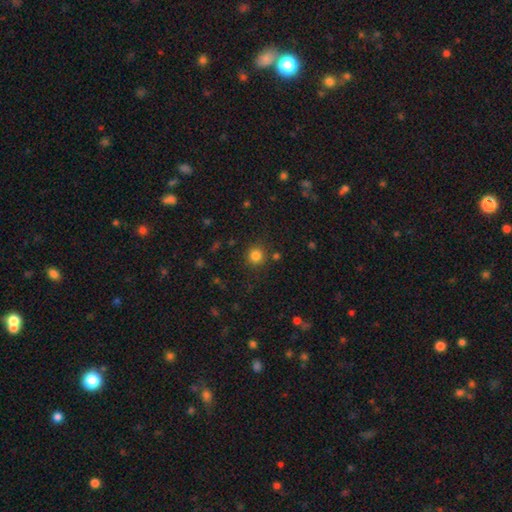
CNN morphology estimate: This appears to be a smooth galaxy with no disk features (82%) that is round (92%). Merging: none (85%).